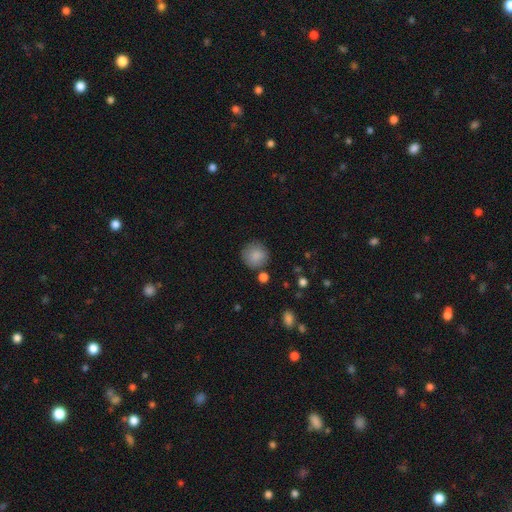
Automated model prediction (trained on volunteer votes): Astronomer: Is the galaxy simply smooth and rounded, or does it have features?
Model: smooth — 86%.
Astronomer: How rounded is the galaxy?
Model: round — 92%.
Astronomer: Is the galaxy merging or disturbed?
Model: none — 80%.